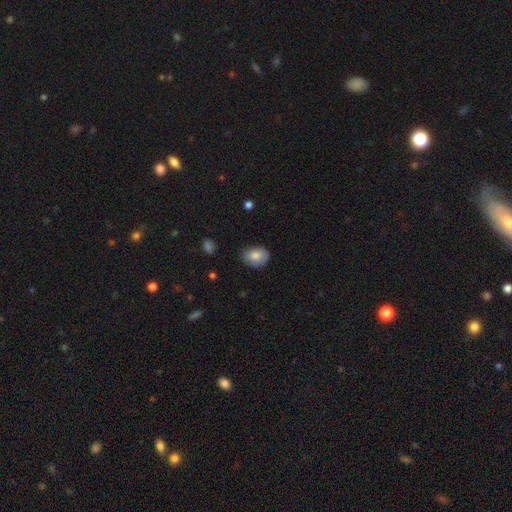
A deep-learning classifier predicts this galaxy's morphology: The model was most divided on "how rounded": in between: 71%, round: 28%, cigar-shaped: 1%. More confident: smooth or featured — smooth (81%); merging — none (77%).